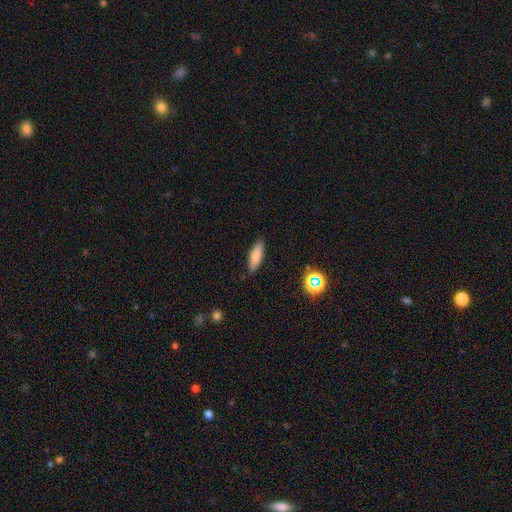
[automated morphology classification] A smooth galaxy with no disk features (79%) that is cigar-shaped (54%).

Vote fractions:
- Smooth or featured? smooth: 79% / featured or disk: 12% / star or artifact: 8%
- How rounded? cigar-shaped: 54% / in between: 44% / round: 2%
- Merging? none: 85% / minor disturbance: 11% / major disturbance: 2% / merger: 1%